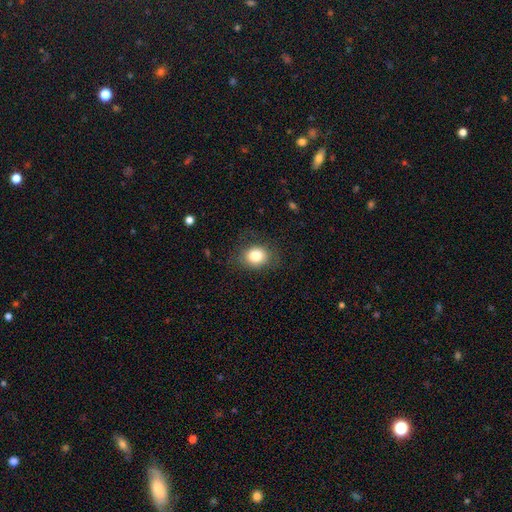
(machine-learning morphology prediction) This is clearly a smooth galaxy (82%). How rounded: possibly round (58%). Merging: likely none (79%).